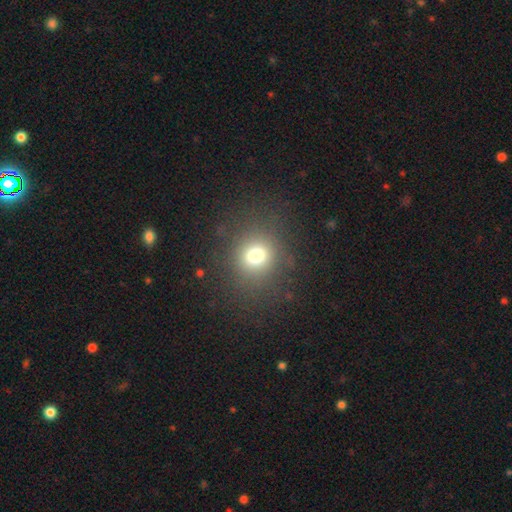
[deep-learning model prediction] This appears to be a smooth galaxy with no disk features (73%) that is round (84%). Merging: none (85%).